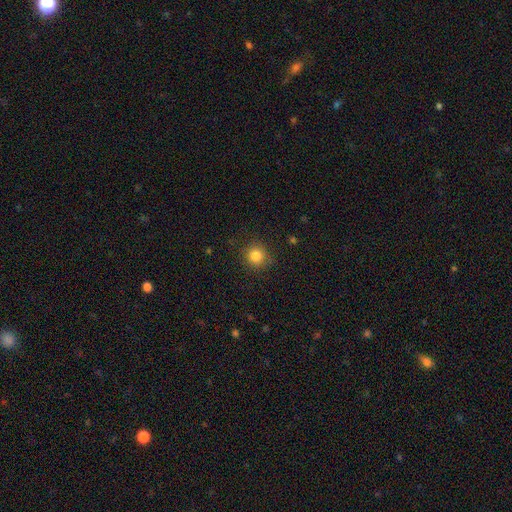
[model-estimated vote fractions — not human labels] Morphology: type=smooth (84%); roundness=round (92%); merging=none (88%).